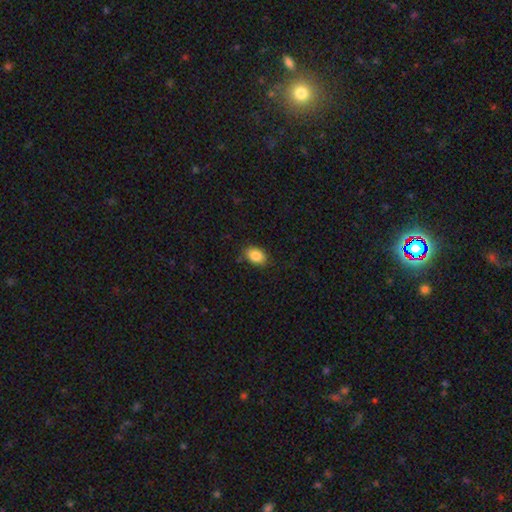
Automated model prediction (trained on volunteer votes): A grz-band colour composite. It shows a smooth galaxy with no disk features (86%) that is in between round and cigar-shaped (82%). Merging: none (80%).